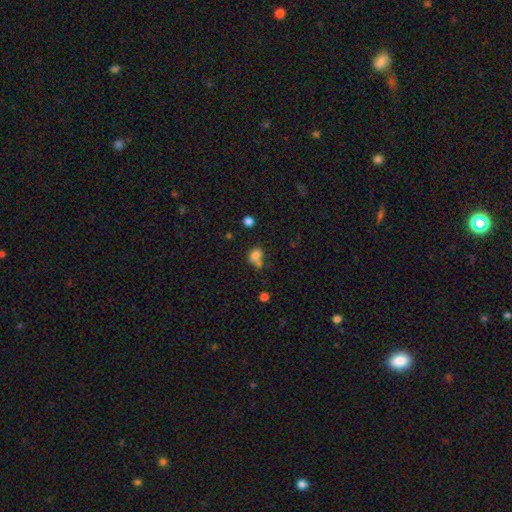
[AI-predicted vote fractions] smooth 78%, star or artifact 13%, featured or disk 9%. Down the decision tree: how rounded — round (52%); merging — none (41%).